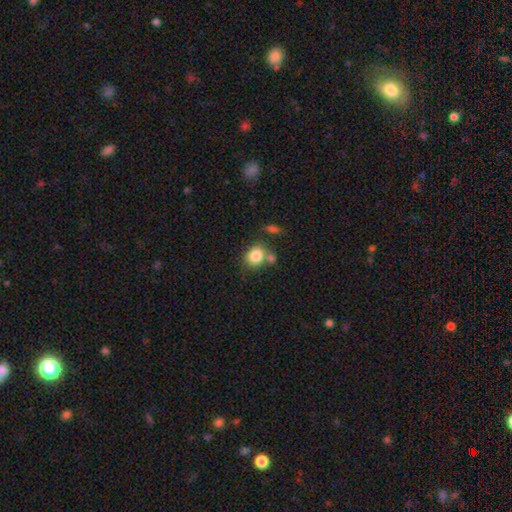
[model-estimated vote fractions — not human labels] Smooth or featured? smooth (82%)
How rounded? round (67%)
Merging? none (60%)